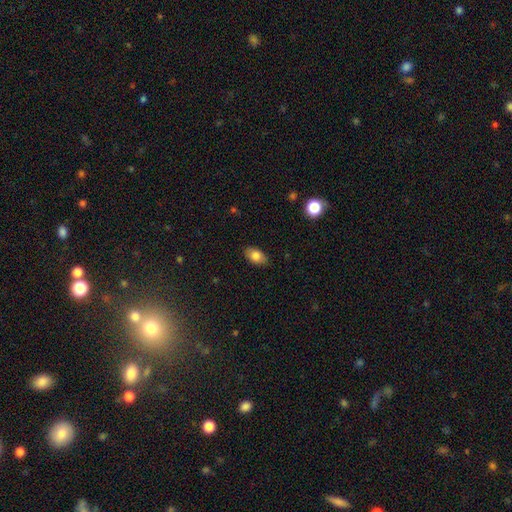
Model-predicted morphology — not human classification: This is clearly a smooth galaxy (82%). How rounded: clearly in between (91%). Merging: clearly none (86%).